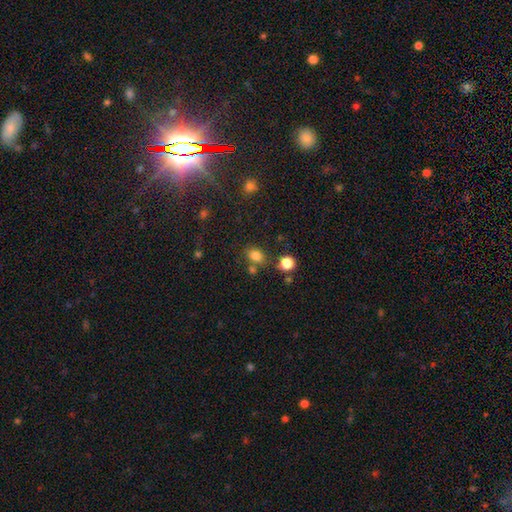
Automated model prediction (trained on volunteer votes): smooth-or-featured: smooth: 80% | star or artifact: 14% | featured or disk: 6%
  how-rounded: in between: 62% | round: 37% | cigar-shaped: 1%
  merging: none: 69% | minor disturbance: 13% | merger: 13% | major disturbance: 4%